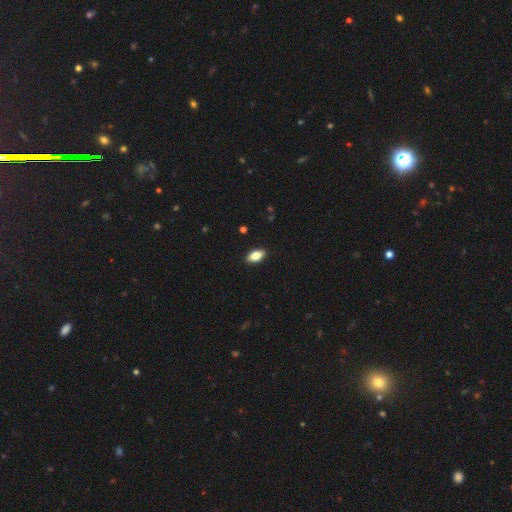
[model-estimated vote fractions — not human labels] The model was most divided on "smooth or featured": smooth: 78%, featured or disk: 15%, star or artifact: 7%. More confident: how rounded — in between (90%); merging — none (90%).